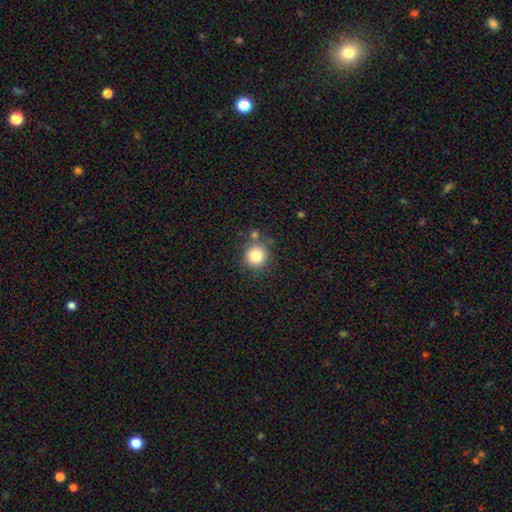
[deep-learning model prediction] Smooth or featured: smooth — 84% (star or artifact — 10%)
How rounded: round — 93% (in between — 6%)
Merging: none — 77% (minor disturbance — 10%)